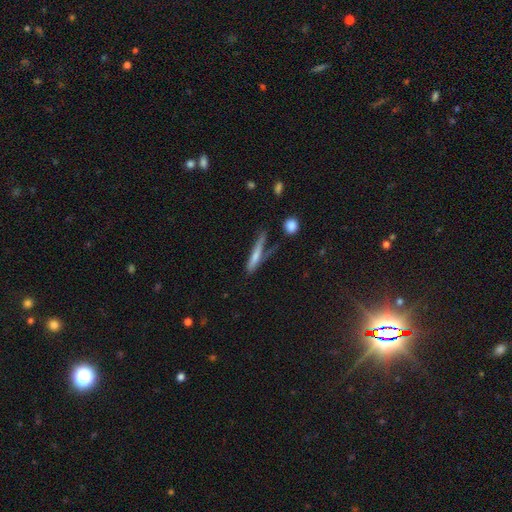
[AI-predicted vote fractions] The model was most divided on "merging": none: 55%, minor disturbance: 23%, major disturbance: 12%, merger: 10%. More confident: how rounded — cigar-shaped (88%); smooth or featured — smooth (64%).